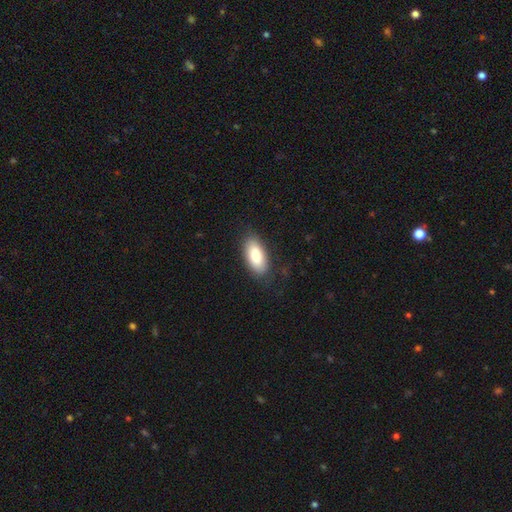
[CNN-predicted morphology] smooth-or-featured: smooth: 84% | featured or disk: 10% | star or artifact: 6%
  how-rounded: in between: 90% | cigar-shaped: 8% | round: 2%
  merging: none: 82% | minor disturbance: 14% | major disturbance: 4% | merger: 1%